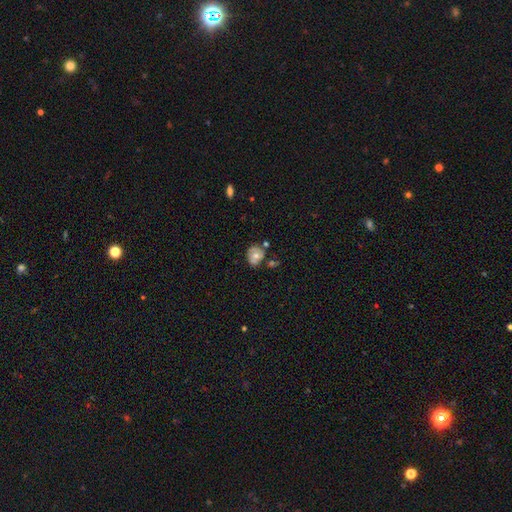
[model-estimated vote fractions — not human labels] Overall: smooth (54%; featured or disk 37%). How rounded: round (68%; in between 31%). Merging: none (58%; minor disturbance 25%).